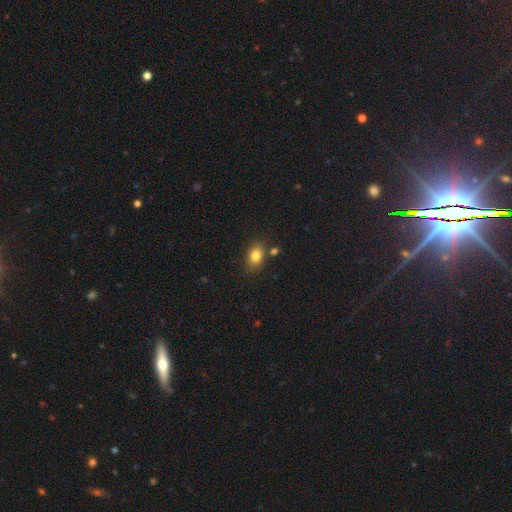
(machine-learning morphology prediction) Overall: smooth (82%). How rounded: in between (72%). Merging: none (72%).